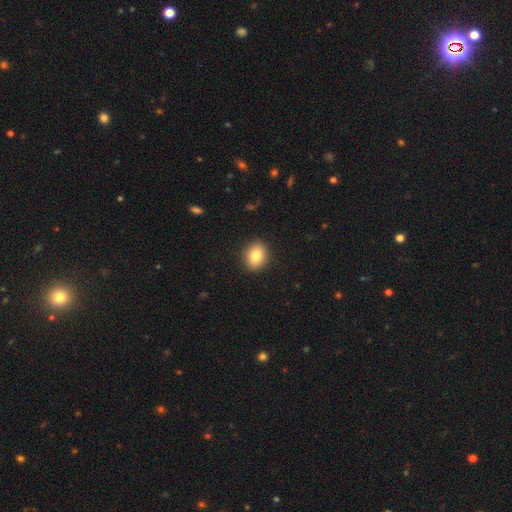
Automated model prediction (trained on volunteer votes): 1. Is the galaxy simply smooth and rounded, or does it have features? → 84% smooth, 8% star or artifact, 7% featured or disk.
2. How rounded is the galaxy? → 51% round, 47% in between, 1% cigar-shaped.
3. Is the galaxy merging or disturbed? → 90% none, 7% minor disturbance, 2% major disturbance, 1% merger.